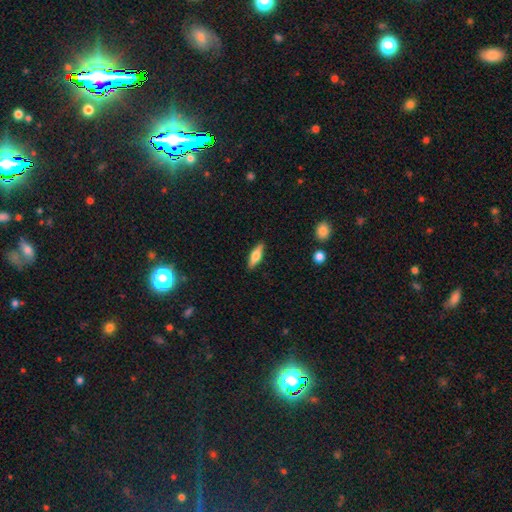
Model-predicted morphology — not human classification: Smooth or featured?
  - smooth: 53% *
  - featured or disk: 41%
  - star or artifact: 6%
How rounded?
  - cigar-shaped: 51% *
  - in between: 46%
  - round: 3%
Merging?
  - none: 88% *
  - minor disturbance: 9%
  - major disturbance: 2%
  - merger: 1%